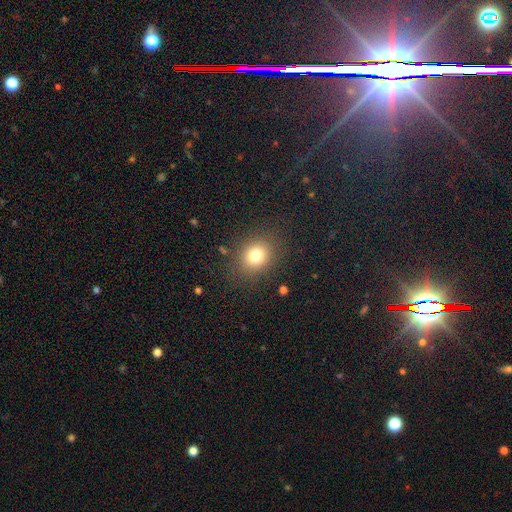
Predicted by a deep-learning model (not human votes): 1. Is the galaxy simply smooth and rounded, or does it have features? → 78% smooth, 13% star or artifact, 9% featured or disk.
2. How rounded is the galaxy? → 62% round, 37% in between, 1% cigar-shaped.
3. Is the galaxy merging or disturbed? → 84% none, 10% minor disturbance, 5% major disturbance, 1% merger.